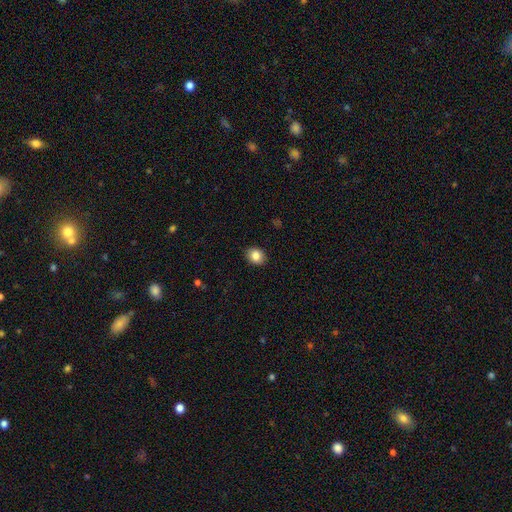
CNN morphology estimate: A smooth galaxy with no disk features (84%) that is round (51%). Merging: none (90%).